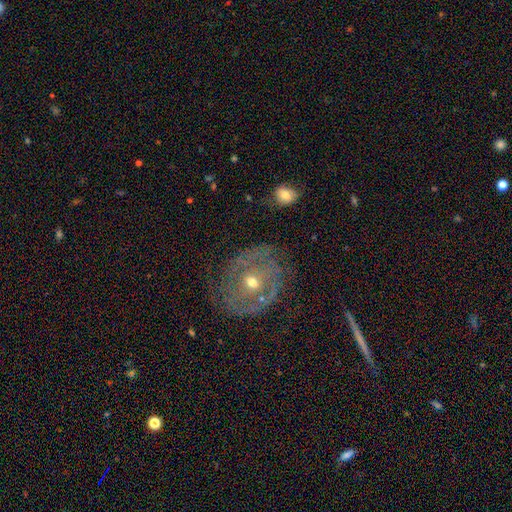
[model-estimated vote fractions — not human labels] Smooth or featured? featured or disk (76%)
Edge-on disk? no (94%)
Bar? no (69%)
Spiral arms? yes (75%)
Spiral winding? tight (68%)
Spiral arm count? 2 (37%)
Bulge size? moderate (58%)
Merging? none (80%)